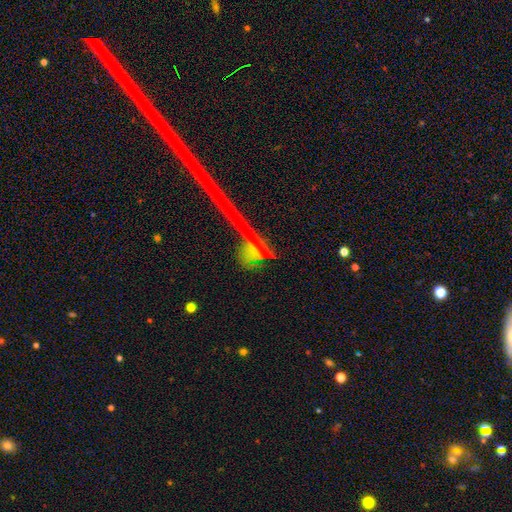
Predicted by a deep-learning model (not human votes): smooth_or_featured: star or artifact (p=0.49) [alt: featured or disk p=0.27]